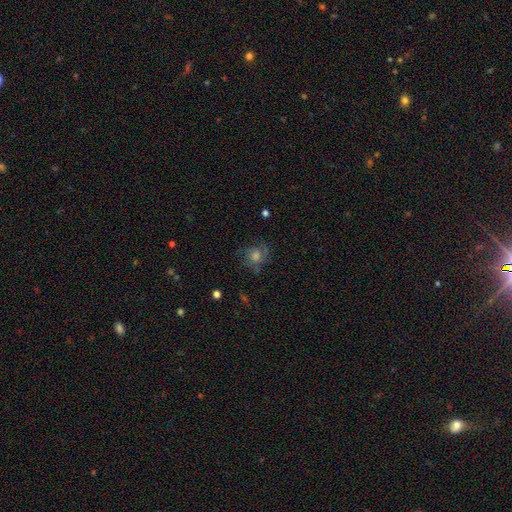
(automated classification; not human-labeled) The model was most divided on "smooth or featured": smooth: 42%, featured or disk: 36%, star or artifact: 22%. More confident: merging — none (70%).